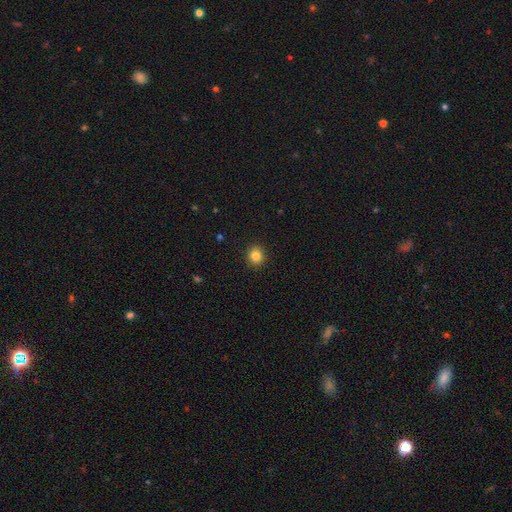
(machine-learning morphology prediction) Smooth or featured? smooth (84%)
How rounded? round (87%)
Merging? none (92%)